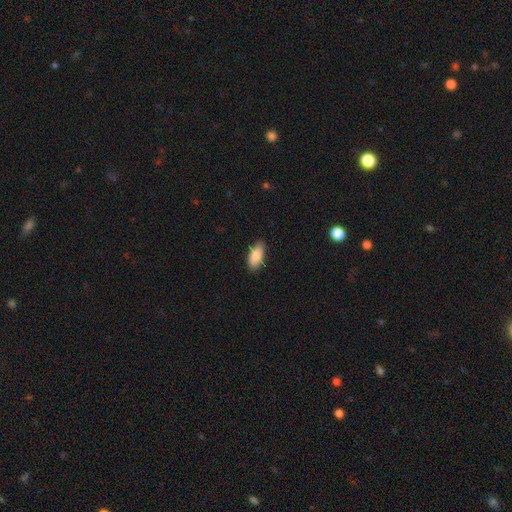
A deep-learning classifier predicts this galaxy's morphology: smooth_or_featured: smooth (p=0.87) [alt: featured or disk p=0.06]
how_rounded: in between (p=0.91) [alt: cigar-shaped p=0.06]
merging: none (p=0.84) [alt: minor disturbance p=0.13]